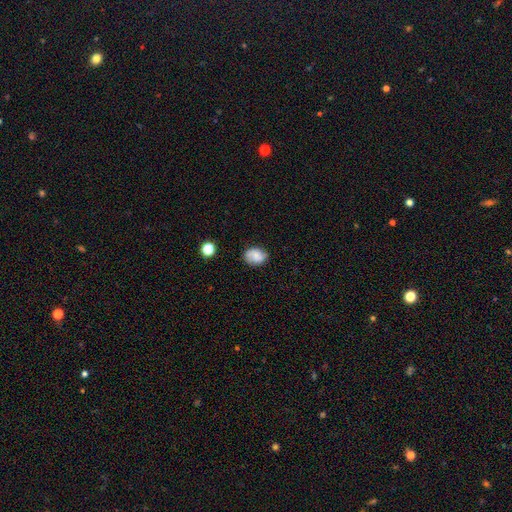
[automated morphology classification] smooth 63%, featured or disk 27%, star or artifact 10%. Down the decision tree: how rounded — in between (65%); merging — none (76%).